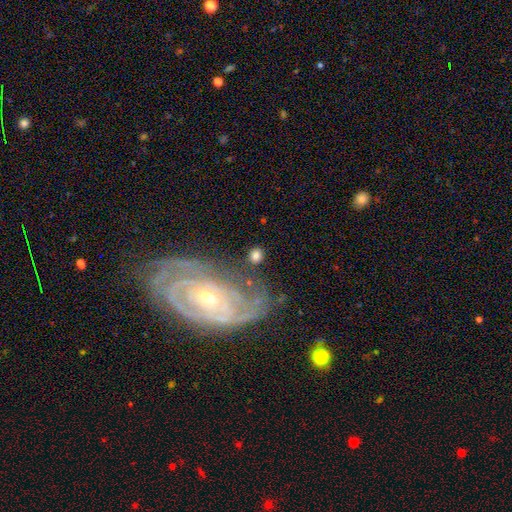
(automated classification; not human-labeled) A smooth galaxy with no disk features (69%) that is round (72%).

Vote fractions:
- Smooth or featured? smooth: 69% / featured or disk: 22% / star or artifact: 9%
- How rounded? round: 72% / in between: 27% / cigar-shaped: 2%
- Merging? none: 76% / minor disturbance: 11% / merger: 7% / major disturbance: 6%